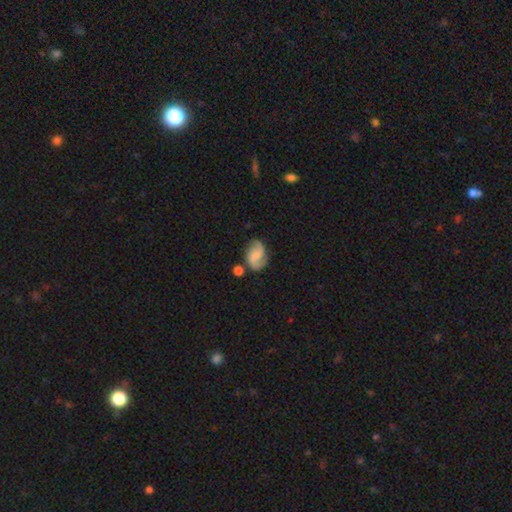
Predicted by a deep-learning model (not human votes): This is likely a featured or disk galaxy (68%). It is clearly not viewed edge-on (98%). Bar: possibly no (49%). Spiral arm pattern: clearly yes (93%). Spiral arm count: clearly 2 (88%). Spiral winding: marginally medium (43%). Central bulge: likely none (61%). Merging: likely none (66%).